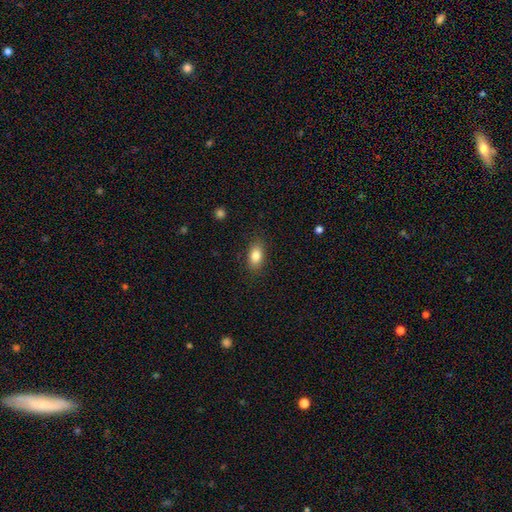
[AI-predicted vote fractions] Morphology: type=smooth (84%); roundness=in between (88%); merging=none (86%).